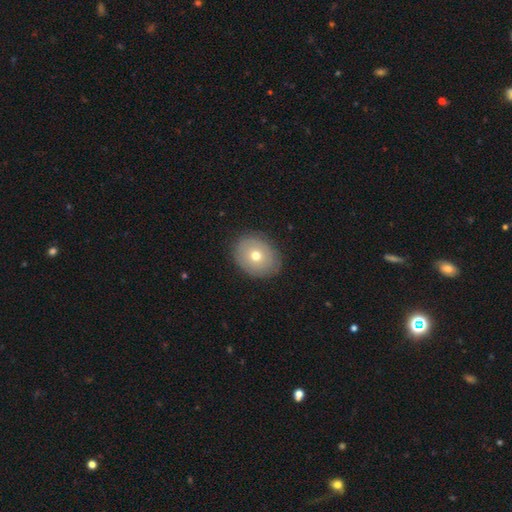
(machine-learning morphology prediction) Q: Smooth or featured?
A: smooth (64%); runner-up: featured or disk (27%)
Q: How rounded?
A: in between (52%); runner-up: round (47%)
Q: Merging?
A: none (85%); runner-up: minor disturbance (11%)